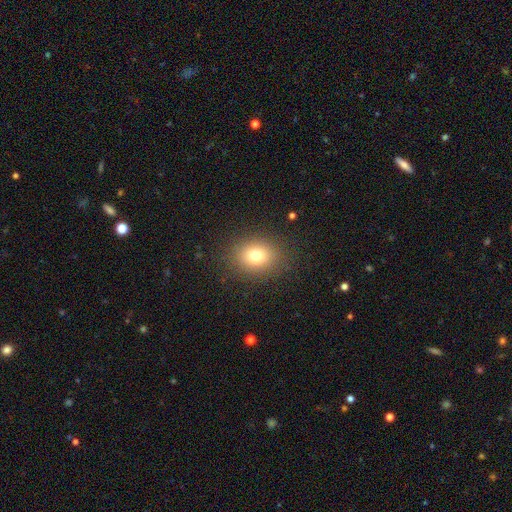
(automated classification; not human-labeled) smooth 76%, star or artifact 14%, featured or disk 10%. Down the decision tree: how rounded — round (60%); merging — none (87%).